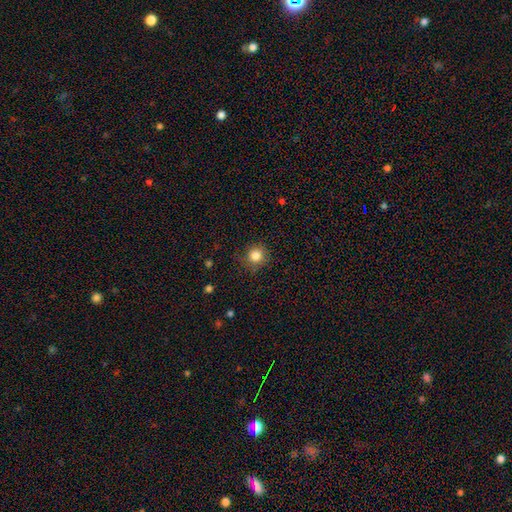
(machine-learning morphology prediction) Smooth or featured? Predicted: smooth (p=0.83). How rounded? Predicted: round (p=0.91). Merging? Predicted: none (p=0.84).